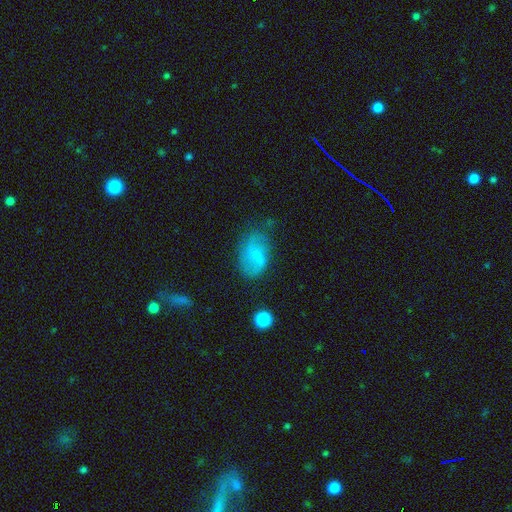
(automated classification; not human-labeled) smooth_or_featured: smooth (p=0.50) [alt: featured or disk p=0.40]
merging: none (p=0.52) [alt: minor disturbance p=0.28]